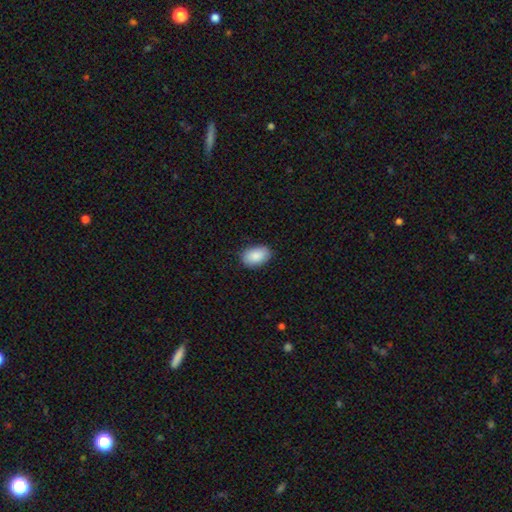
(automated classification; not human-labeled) A smooth galaxy with no disk features (89%) that is in between round and cigar-shaped (92%).

Vote fractions:
- Smooth or featured? smooth: 89% / star or artifact: 6% / featured or disk: 5%
- How rounded? in between: 92% / round: 7% / cigar-shaped: 1%
- Merging? none: 86% / minor disturbance: 11% / major disturbance: 2% / merger: 1%